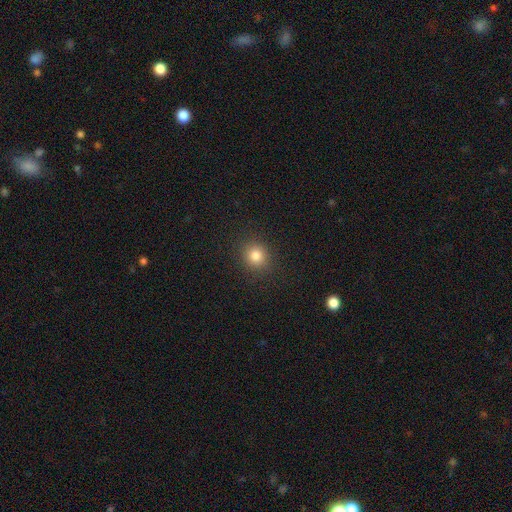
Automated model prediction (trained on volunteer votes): The model was most divided on "how rounded": round: 82%, in between: 18%, cigar-shaped: 1%. More confident: merging — none (90%); smooth or featured — smooth (82%).